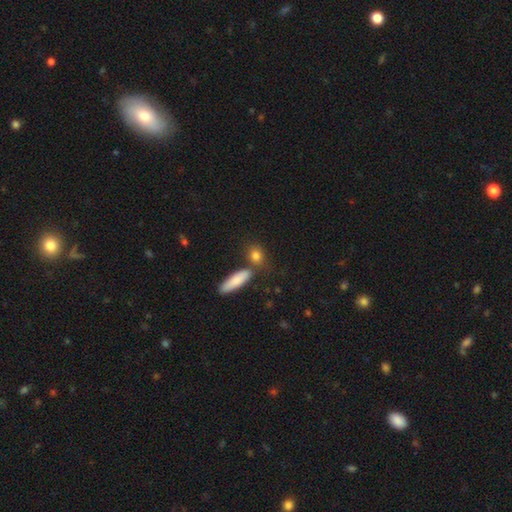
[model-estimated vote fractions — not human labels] smooth 82%, featured or disk 9%, star or artifact 9%. Down the decision tree: how rounded — in between (45%); merging — none (67%).